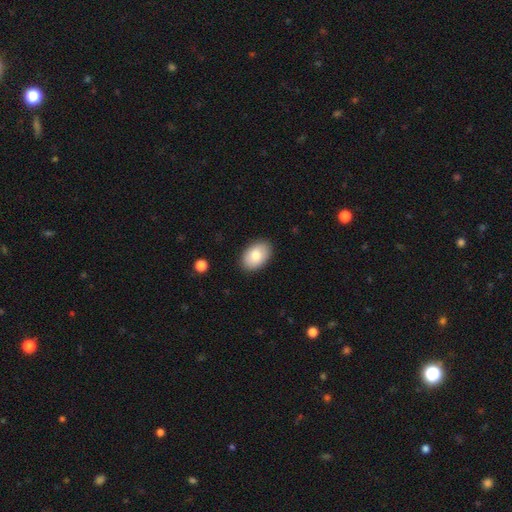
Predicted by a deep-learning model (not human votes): smooth_or_featured: smooth (p=0.83) [alt: featured or disk p=0.11]
how_rounded: in between (p=0.90) [alt: round p=0.09]
merging: none (p=0.88) [alt: minor disturbance p=0.09]